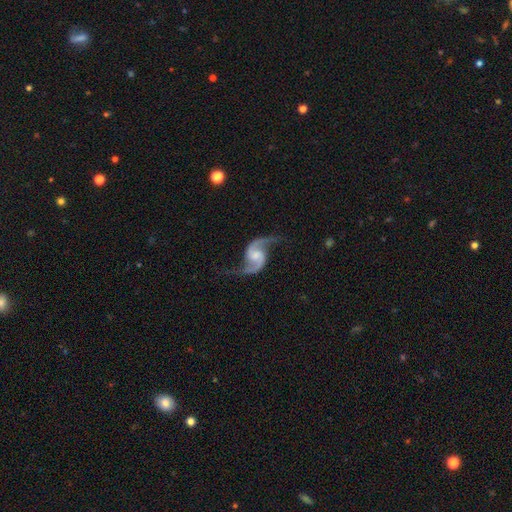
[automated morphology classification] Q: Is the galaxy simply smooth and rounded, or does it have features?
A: featured or disk — 92%.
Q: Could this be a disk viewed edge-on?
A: no — 98%.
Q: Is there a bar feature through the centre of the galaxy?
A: no — 49%.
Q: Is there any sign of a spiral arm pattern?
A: yes — 98%.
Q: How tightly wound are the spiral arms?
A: loose — 65%.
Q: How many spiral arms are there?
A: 2 — 95%.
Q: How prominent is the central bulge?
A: moderate — 36%.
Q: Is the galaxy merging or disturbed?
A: none — 75%.